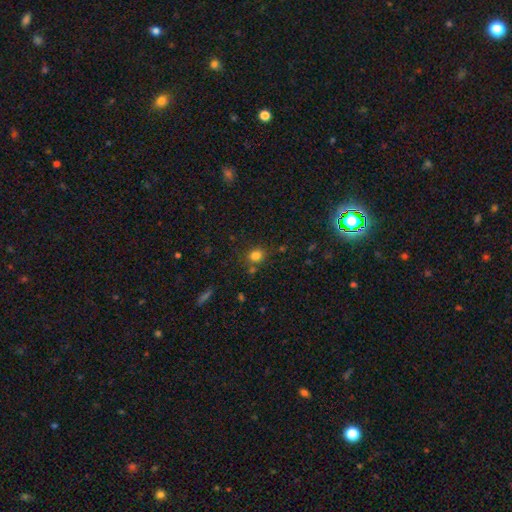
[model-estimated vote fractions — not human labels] This is clearly a smooth galaxy (80%). How rounded: likely round (77%). Merging: likely none (76%).